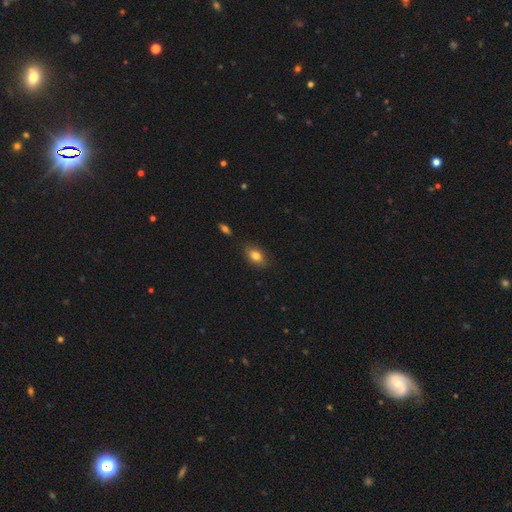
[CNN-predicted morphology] type=smooth (79%); roundness=in between (83%); merging=none (82%).